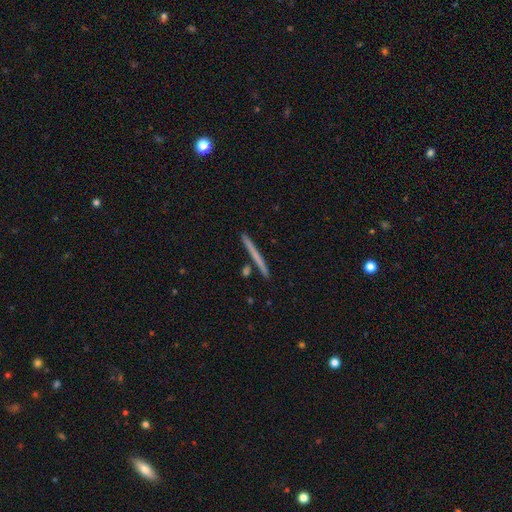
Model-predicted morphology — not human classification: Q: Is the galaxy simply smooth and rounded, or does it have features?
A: smooth — 54%.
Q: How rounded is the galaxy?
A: cigar-shaped — 97%.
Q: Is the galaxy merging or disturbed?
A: none — 90%.